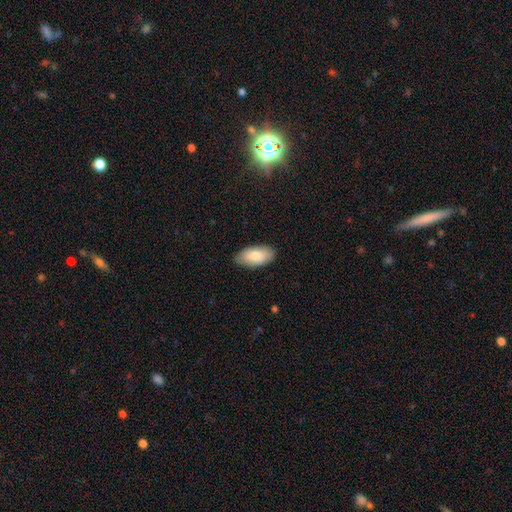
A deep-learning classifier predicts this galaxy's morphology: A smooth galaxy with no disk features (79%) that is in between round and cigar-shaped (94%).

Vote fractions:
- Smooth or featured? smooth: 79% / featured or disk: 15% / star or artifact: 6%
- How rounded? in between: 94% / cigar-shaped: 4% / round: 2%
- Merging? none: 86% / minor disturbance: 11% / major disturbance: 2% / merger: 1%